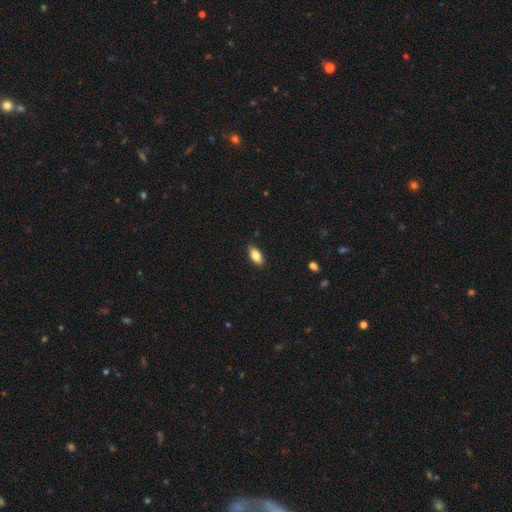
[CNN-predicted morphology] A smooth galaxy with no disk features (81%) that is in between round and cigar-shaped (87%). Merging: none (87%).